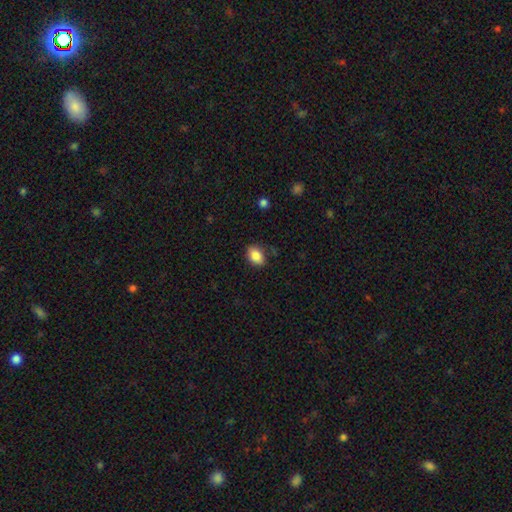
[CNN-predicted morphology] smooth-or-featured: smooth: 86% | star or artifact: 8% | featured or disk: 6%
  how-rounded: in between: 77% | round: 22% | cigar-shaped: 1%
  merging: none: 79% | minor disturbance: 16% | major disturbance: 4% | merger: 2%